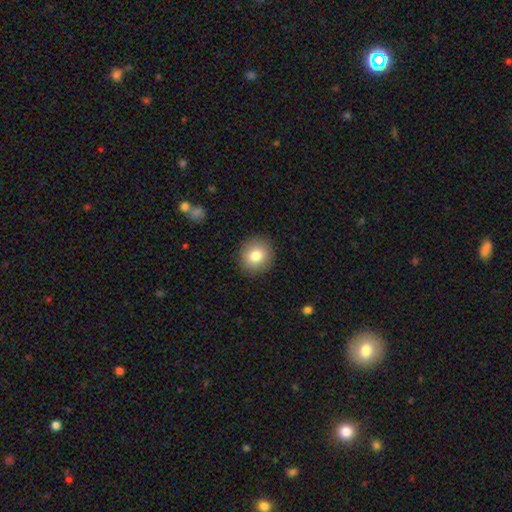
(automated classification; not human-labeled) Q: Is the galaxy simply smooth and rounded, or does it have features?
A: smooth — 82%.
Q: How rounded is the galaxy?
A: round — 86%.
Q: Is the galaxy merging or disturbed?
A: none — 90%.